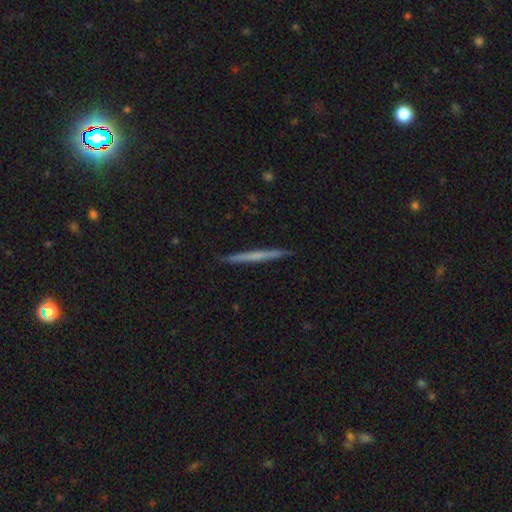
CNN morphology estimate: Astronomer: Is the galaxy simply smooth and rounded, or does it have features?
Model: featured or disk — 48% (runner-up: smooth, 46%).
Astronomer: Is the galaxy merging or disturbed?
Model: none — 92%.